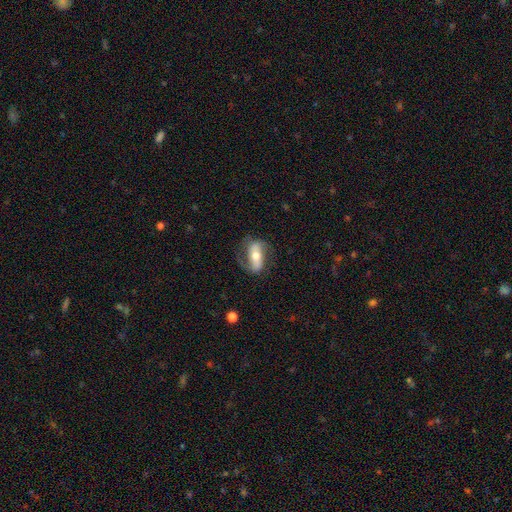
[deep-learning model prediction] Smooth or featured: featured or disk — 68% (smooth — 26%)
Edge-on disk: no — 89% (yes — 11%)
Bar: strong — 53% (weak — 24%)
Spiral arms: yes — 83% (no — 17%)
Spiral winding: medium — 41% (loose — 36%)
Spiral arm count: 2 — 82% (1 — 9%)
Bulge size: moderate — 64% (small — 24%)
Merging: none — 69% (minor disturbance — 18%)